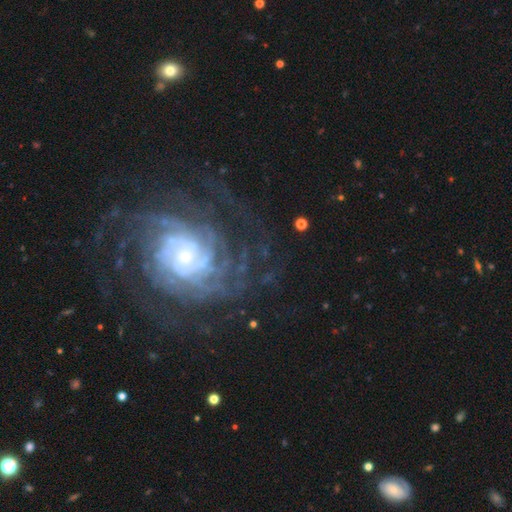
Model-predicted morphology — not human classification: Smooth or featured? featured or disk (83%)
Edge-on disk? no (97%)
Bar? no (58%)
Spiral arms? yes (97%)
Spiral winding? tight (70%)
Spiral arm count? can't tell (27%)
Bulge size? small (61%)
Merging? none (78%)